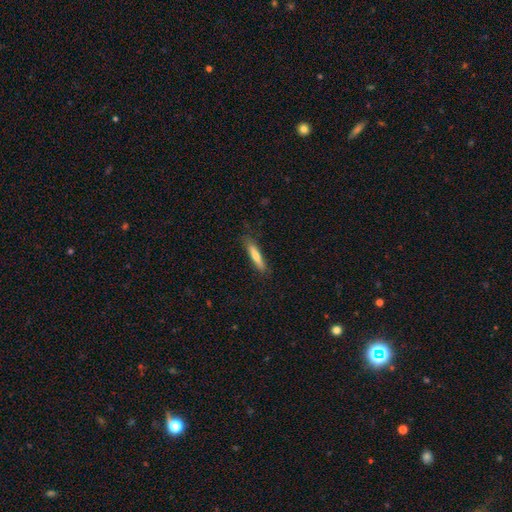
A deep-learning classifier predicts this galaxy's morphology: Q: Smooth or featured?
A: smooth (67%); runner-up: featured or disk (27%)
Q: How rounded?
A: cigar-shaped (88%); runner-up: in between (10%)
Q: Merging?
A: none (84%); runner-up: minor disturbance (13%)